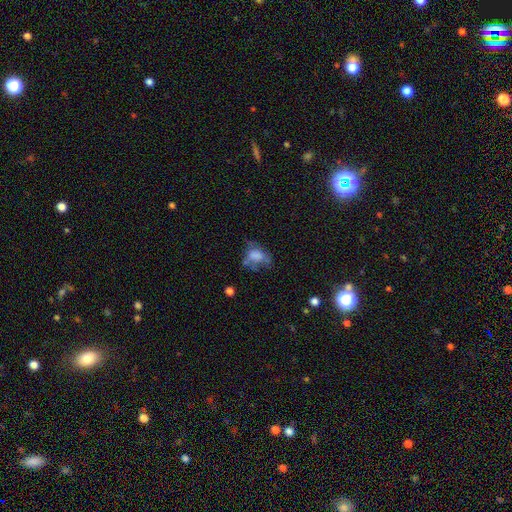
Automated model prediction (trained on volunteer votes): A smooth galaxy with no disk features (57%) that is in between round and cigar-shaped (76%).

Vote fractions:
- Smooth or featured? smooth: 57% / featured or disk: 31% / star or artifact: 12%
- How rounded? in between: 76% / round: 22% / cigar-shaped: 2%
- Merging? major disturbance: 32% / none: 31% / minor disturbance: 25% / merger: 11%